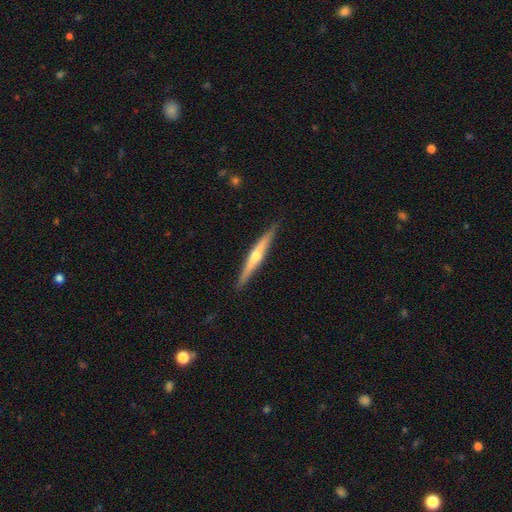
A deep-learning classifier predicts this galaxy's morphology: Smooth or featured? featured or disk (70%)
Edge-on disk? yes (98%)
Edge-on bulge? rounded (83%)
Merging? none (90%)